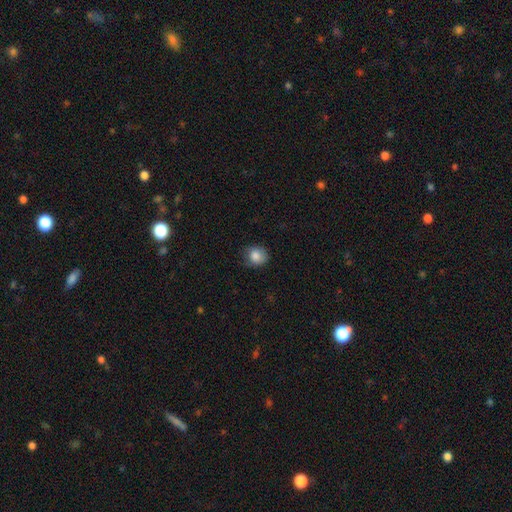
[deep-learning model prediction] A smooth galaxy with no disk features (85%) that is round (73%).

Vote fractions:
- Smooth or featured? smooth: 85% / star or artifact: 9% / featured or disk: 6%
- How rounded? round: 73% / in between: 27% / cigar-shaped: 1%
- Merging? none: 70% / minor disturbance: 23% / major disturbance: 6% / merger: 1%